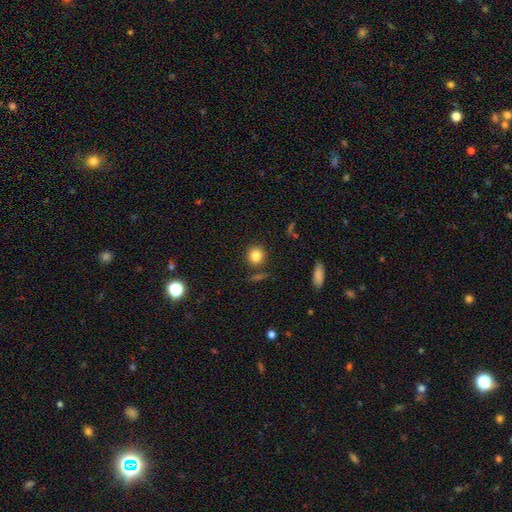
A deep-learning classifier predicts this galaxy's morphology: smooth_or_featured: smooth (p=0.84) [alt: star or artifact p=0.10]
how_rounded: round (p=0.89) [alt: in between p=0.10]
merging: none (p=0.84) [alt: minor disturbance p=0.08]